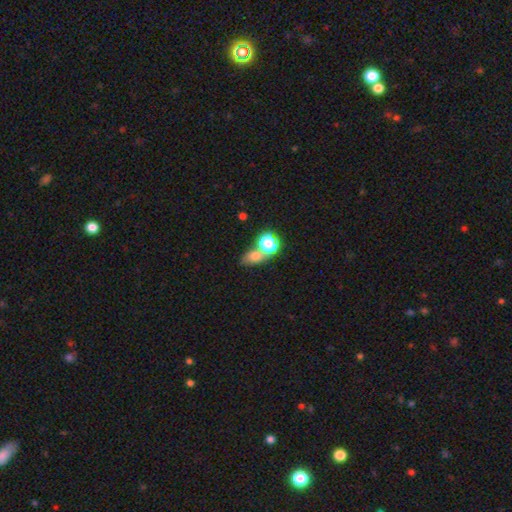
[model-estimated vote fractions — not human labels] Morphology: type=smooth (69%); roundness=in between (55%); merging=merger (43%).